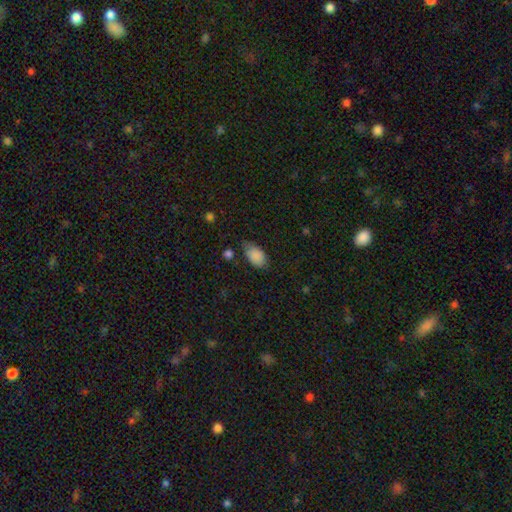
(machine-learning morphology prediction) The model was most divided on "merging": none: 60%, minor disturbance: 30%, major disturbance: 7%, merger: 3%. More confident: how rounded — in between (91%); smooth or featured — smooth (87%).